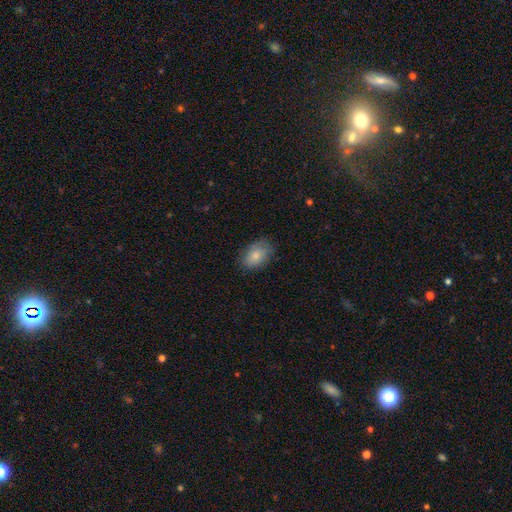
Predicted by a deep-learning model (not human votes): Smooth or featured?
  - smooth: 83% *
  - featured or disk: 10%
  - star or artifact: 7%
How rounded?
  - in between: 86% *
  - round: 12%
  - cigar-shaped: 1%
Merging?
  - none: 78% *
  - minor disturbance: 17%
  - major disturbance: 4%
  - merger: 1%